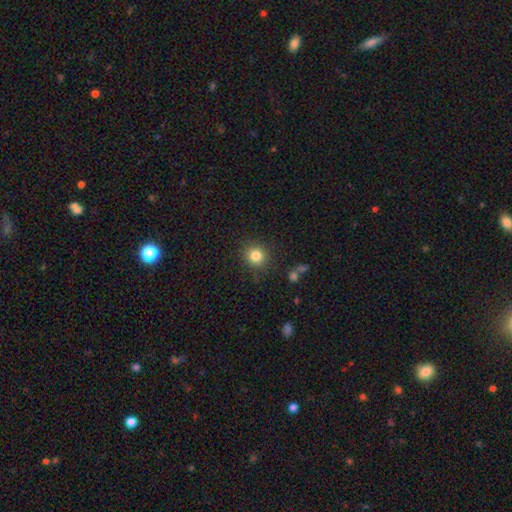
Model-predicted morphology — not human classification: Smooth or featured? smooth (82%)
How rounded? round (90%)
Merging? none (88%)